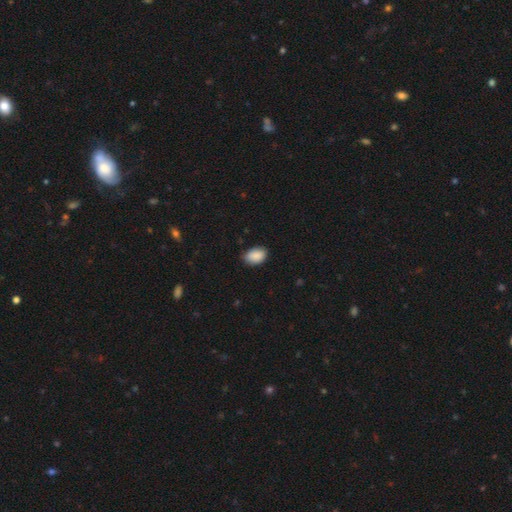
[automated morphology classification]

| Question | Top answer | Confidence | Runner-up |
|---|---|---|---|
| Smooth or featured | smooth | 89% | star or artifact (7%) |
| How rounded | in between | 88% | round (11%) |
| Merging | none | 78% | minor disturbance (18%) |